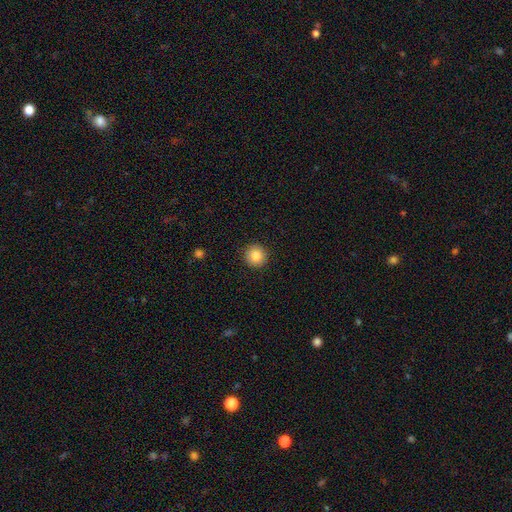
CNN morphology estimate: smooth 84%, star or artifact 9%, featured or disk 7%. Down the decision tree: how rounded — round (95%); merging — none (92%).